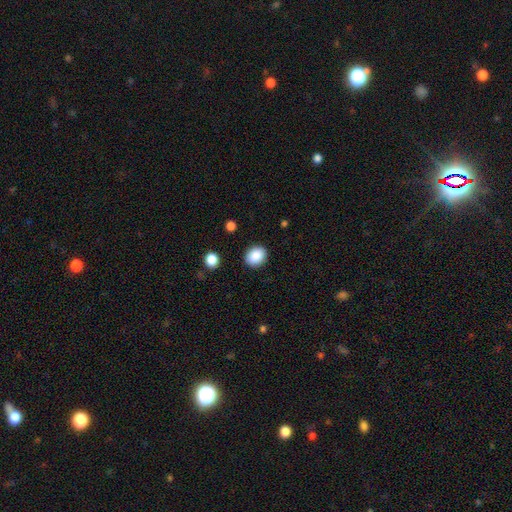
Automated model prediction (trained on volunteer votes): smooth-or-featured: smooth: 88% | star or artifact: 8% | featured or disk: 4%
  how-rounded: round: 52% | in between: 47% | cigar-shaped: 1%
  merging: none: 89% | minor disturbance: 7% | major disturbance: 2% | merger: 1%